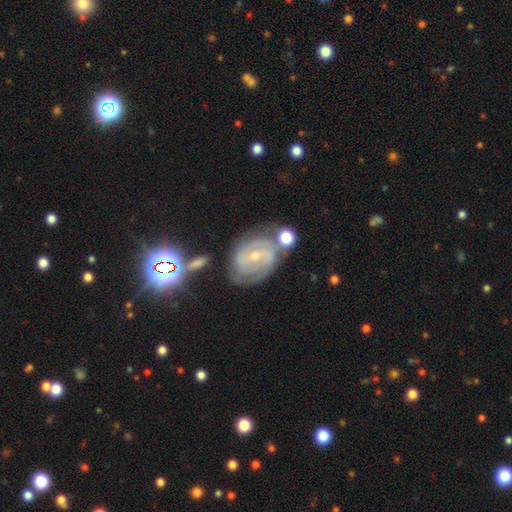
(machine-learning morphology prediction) Overall: featured or disk (80%). Edge-on disk: no (97%). Bar: weak (47%; no 34%). Spiral arms: yes (93%). Spiral arm count: 2 (50%; can't tell 25%). Spiral winding: tight (57%; medium 35%). Bulge size: small (68%; moderate 28%). Merging: none (61%).